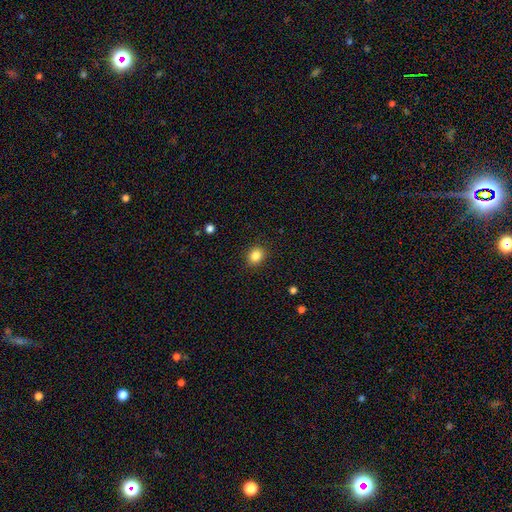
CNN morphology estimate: This is clearly a smooth galaxy (85%). How rounded: likely round (61%). Merging: clearly none (90%).